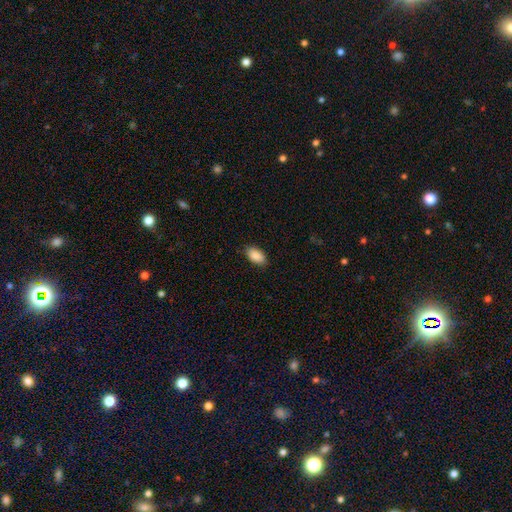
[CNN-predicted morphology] Smooth or featured? smooth (88%)
How rounded? in between (94%)
Merging? none (86%)